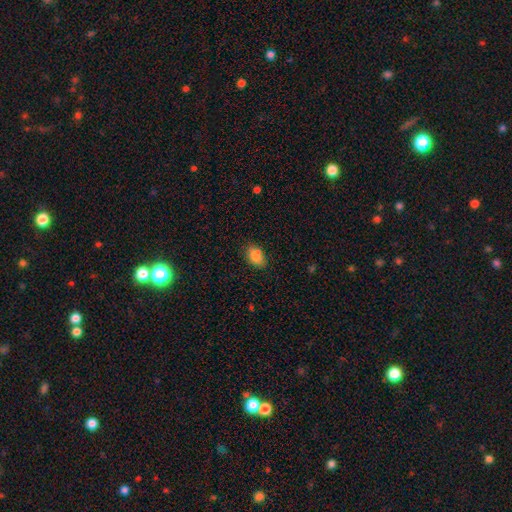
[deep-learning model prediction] Smooth or featured? smooth (85%)
How rounded? in between (84%)
Merging? none (78%)